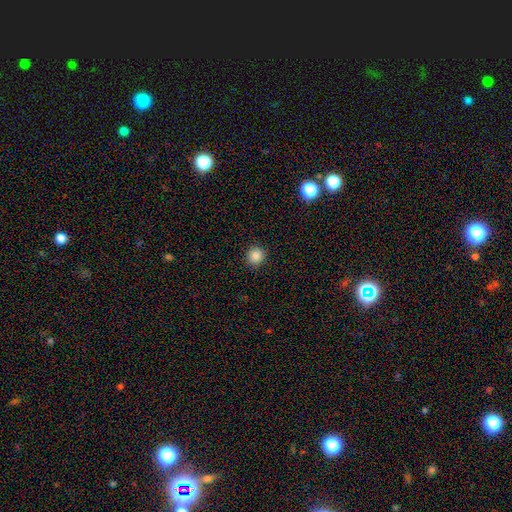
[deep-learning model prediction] A smooth galaxy with no disk features (87%) that is round (93%).

Vote fractions:
- Smooth or featured? smooth: 87% / star or artifact: 10% / featured or disk: 3%
- How rounded? round: 93% / in between: 6% / cigar-shaped: 1%
- Merging? none: 92% / minor disturbance: 5% / major disturbance: 2% / merger: 1%